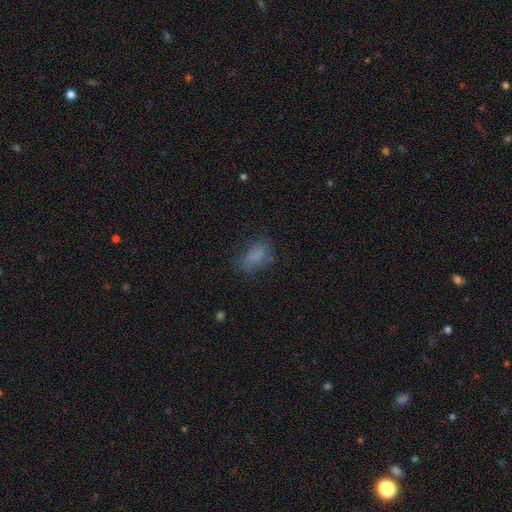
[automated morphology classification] type=smooth (72%); roundness=in between (86%); merging=none (59%).